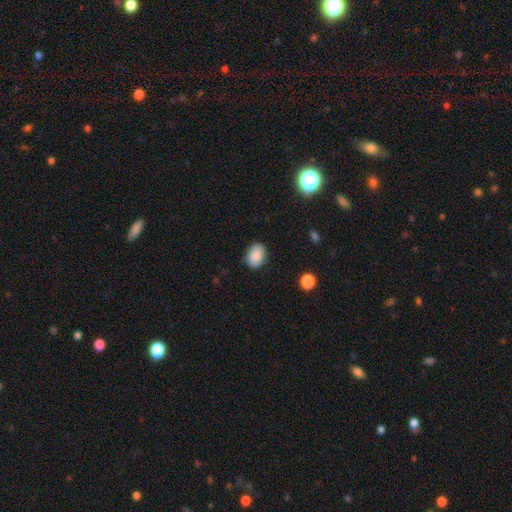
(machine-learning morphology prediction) Smooth or featured?
  - smooth: 87% *
  - star or artifact: 8%
  - featured or disk: 5%
How rounded?
  - in between: 80% *
  - round: 19%
  - cigar-shaped: 1%
Merging?
  - none: 86% *
  - minor disturbance: 10%
  - major disturbance: 2%
  - merger: 1%